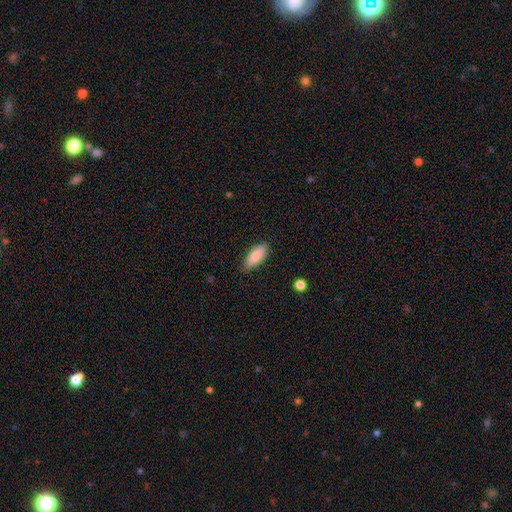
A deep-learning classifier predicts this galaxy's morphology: Smooth or featured? smooth (85%)
How rounded? in between (77%)
Merging? none (83%)